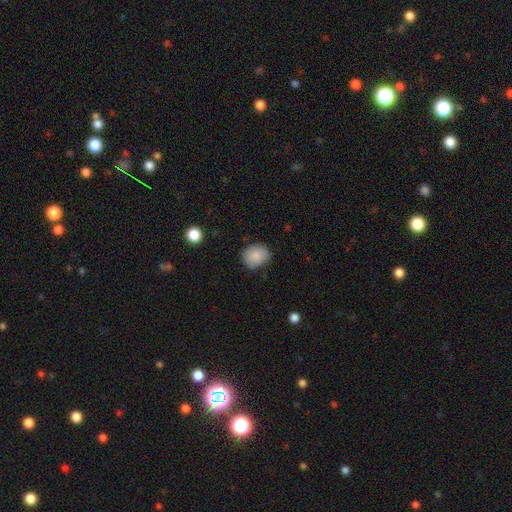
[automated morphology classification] Q: Smooth or featured?
A: smooth (87%); runner-up: star or artifact (8%)
Q: How rounded?
A: round (65%); runner-up: in between (34%)
Q: Merging?
A: none (80%); runner-up: minor disturbance (15%)